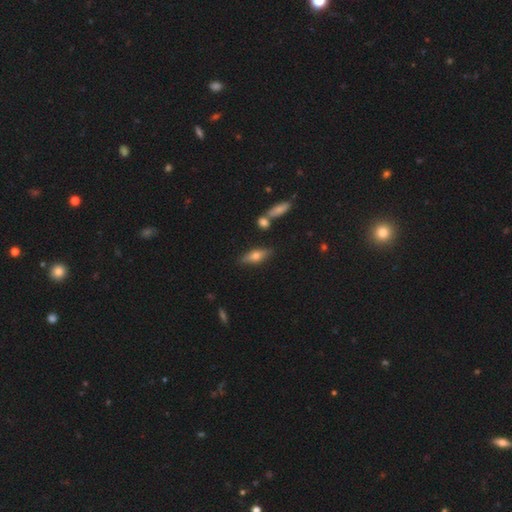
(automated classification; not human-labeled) Overall: smooth (52%; featured or disk 40%). How rounded: in between (57%; cigar-shaped 39%). Merging: none (80%).